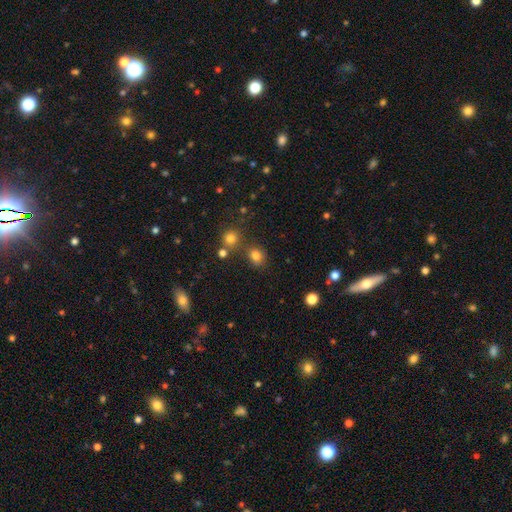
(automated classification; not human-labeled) smooth_or_featured: smooth (p=0.79) [alt: star or artifact p=0.15]
how_rounded: round (p=0.64) [alt: in between p=0.35]
merging: none (p=0.72) [alt: minor disturbance p=0.12]